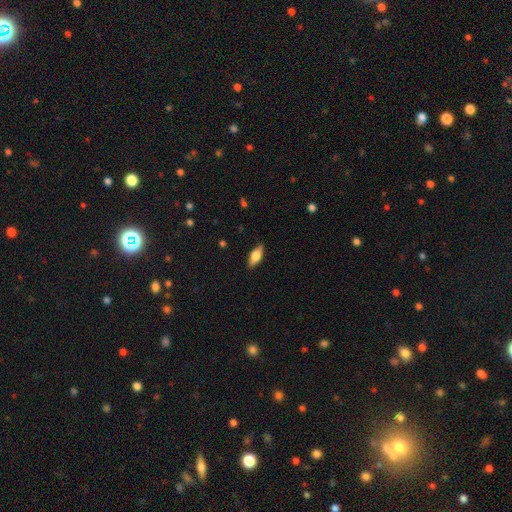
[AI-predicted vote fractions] Q: Smooth or featured?
A: smooth (62%); runner-up: featured or disk (31%)
Q: How rounded?
A: in between (75%); runner-up: cigar-shaped (22%)
Q: Merging?
A: none (86%); runner-up: minor disturbance (11%)